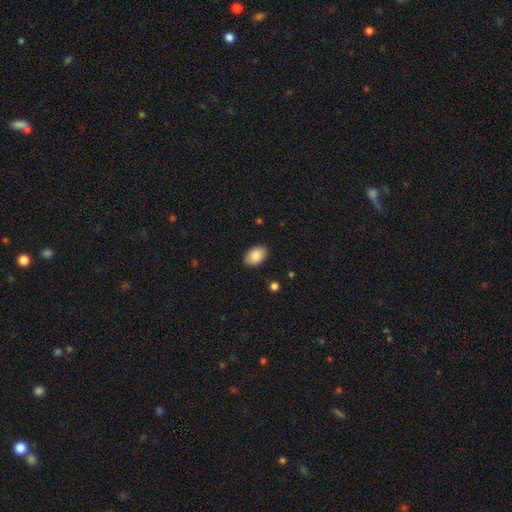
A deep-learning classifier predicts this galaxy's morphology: A smooth galaxy with no disk features (89%) that is in between round and cigar-shaped (90%). Merging: none (88%).